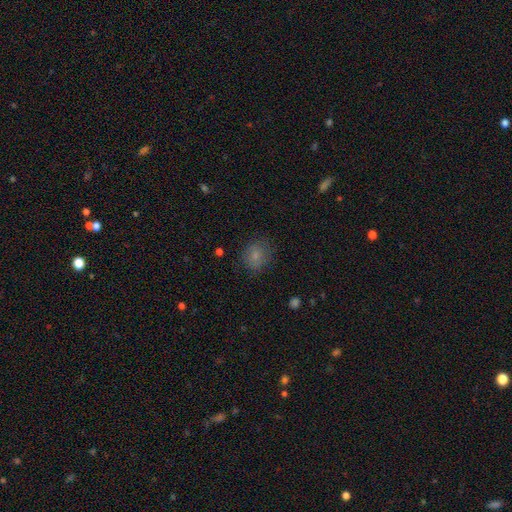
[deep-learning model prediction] Smooth or featured: smooth — 78% (star or artifact — 11%)
How rounded: round — 76% (in between — 23%)
Merging: none — 78% (minor disturbance — 16%)